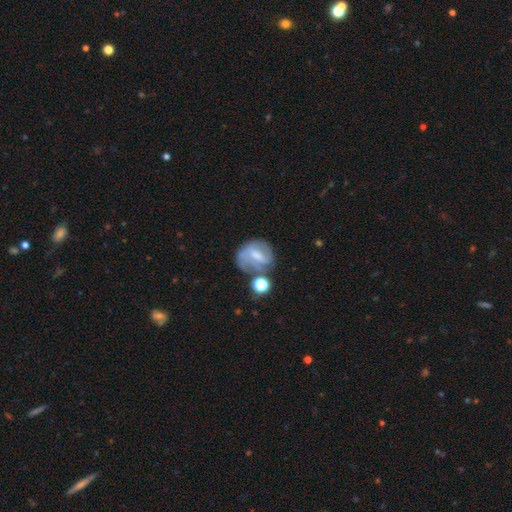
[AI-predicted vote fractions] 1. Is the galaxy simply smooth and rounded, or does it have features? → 51% featured or disk, 39% smooth, 10% star or artifact.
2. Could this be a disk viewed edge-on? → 96% no, 4% yes.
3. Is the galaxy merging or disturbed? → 43% none, 22% minor disturbance, 17% major disturbance, 17% merger.